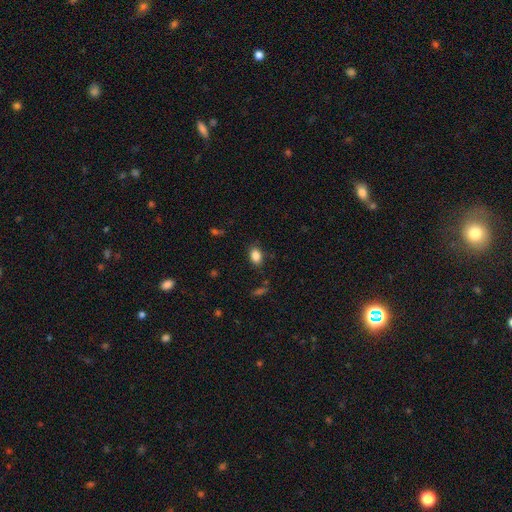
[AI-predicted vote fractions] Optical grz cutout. It shows a smooth galaxy with no disk features (85%) that is in between round and cigar-shaped (82%). Merging: none (84%).